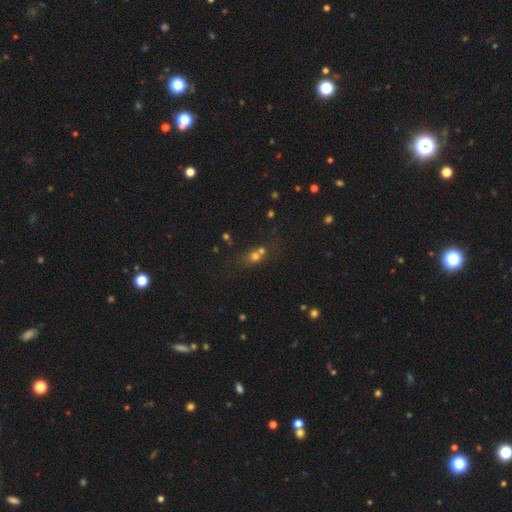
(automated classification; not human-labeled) This is possibly a smooth galaxy (57%). How rounded: likely round (64%). Merging: marginally merger (43%).